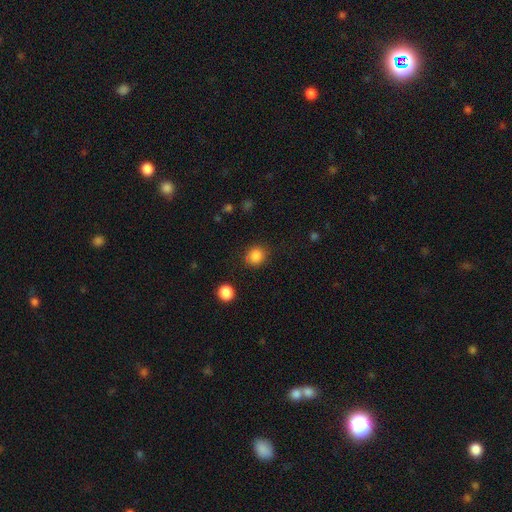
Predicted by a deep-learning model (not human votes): Q: Smooth or featured?
A: smooth (85%); runner-up: star or artifact (11%)
Q: How rounded?
A: round (81%); runner-up: in between (18%)
Q: Merging?
A: none (84%); runner-up: minor disturbance (10%)